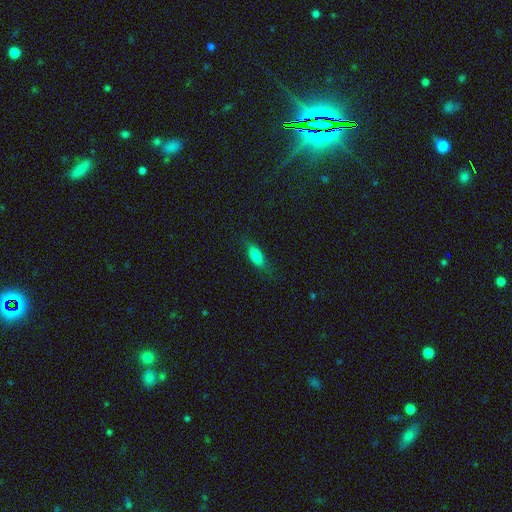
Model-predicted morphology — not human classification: The model was most divided on "how rounded": in between: 75%, cigar-shaped: 22%, round: 3%. More confident: smooth or featured — smooth (80%); merging — none (77%).